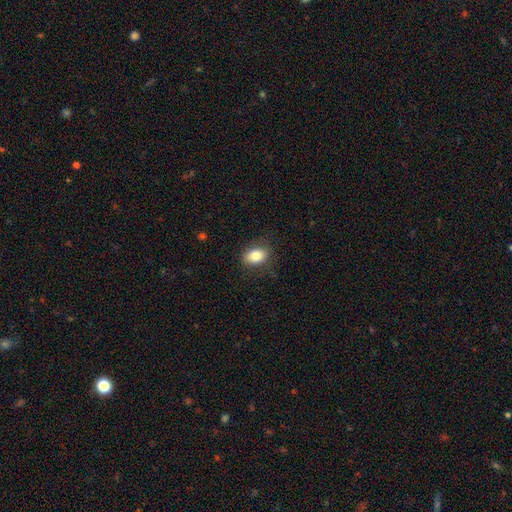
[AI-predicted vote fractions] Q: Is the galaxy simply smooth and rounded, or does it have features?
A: smooth — 83%.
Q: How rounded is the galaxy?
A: in between — 78%.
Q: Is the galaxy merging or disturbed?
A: none — 82%.